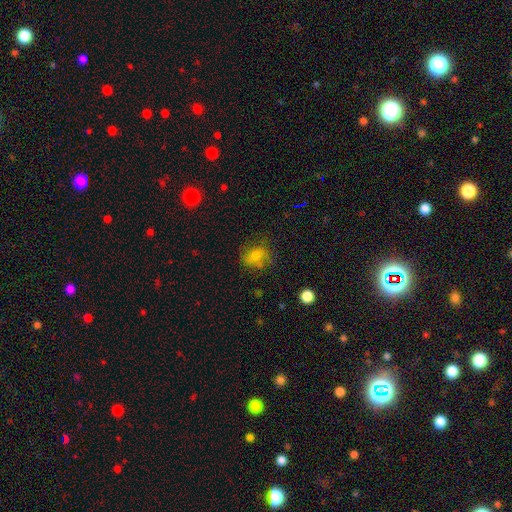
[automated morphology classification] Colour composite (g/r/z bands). It shows a smooth galaxy with no disk features (64%) that is round (55%). Merging: none (68%).